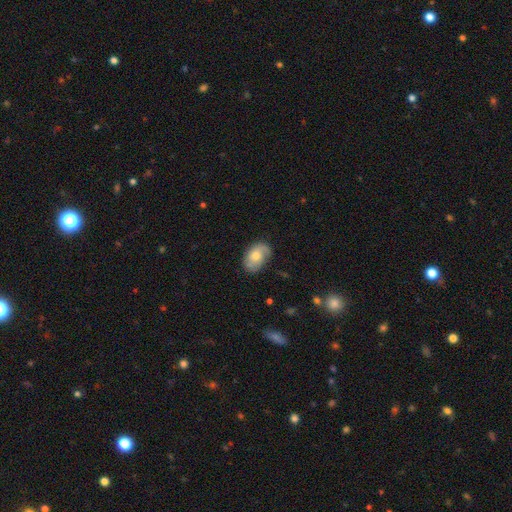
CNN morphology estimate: A smooth galaxy with no disk features (46%, tied with featured or disk). Merging: none (69%).